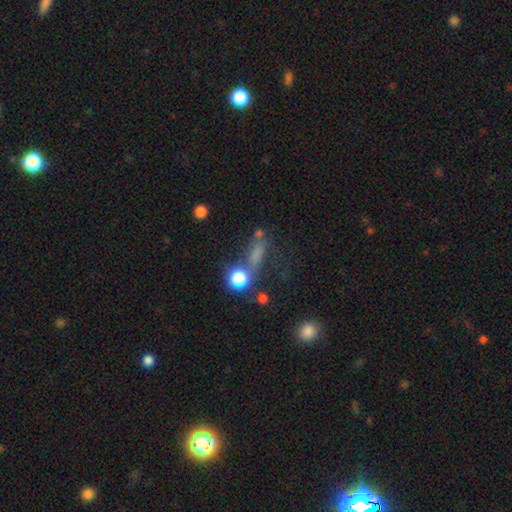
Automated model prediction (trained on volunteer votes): This appears to be a smooth galaxy with no disk features (62%) that is cigar-shaped (37%). Merging: none (54%).